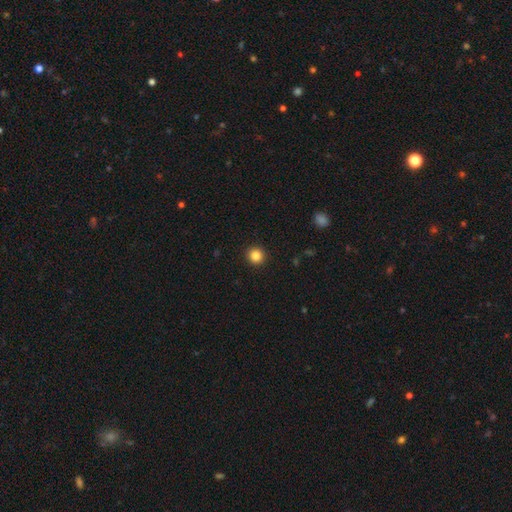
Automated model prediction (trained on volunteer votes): Smooth or featured?
  - smooth: 85% *
  - star or artifact: 11%
  - featured or disk: 4%
How rounded?
  - round: 94% *
  - in between: 5%
  - cigar-shaped: 1%
Merging?
  - none: 93% *
  - minor disturbance: 5%
  - major disturbance: 2%
  - merger: 1%